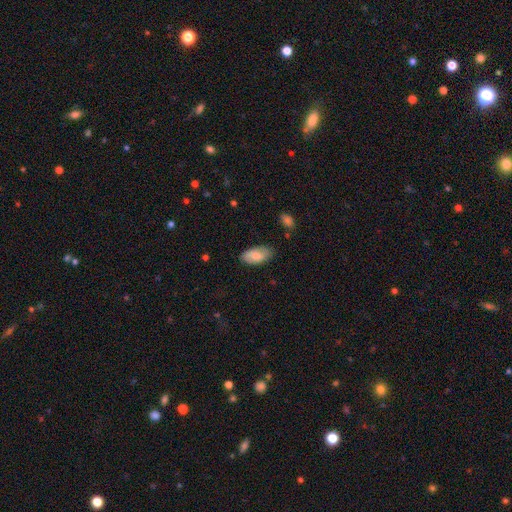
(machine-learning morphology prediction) A smooth galaxy with no disk features (74%) that is in between round and cigar-shaped (94%). Merging: none (79%).